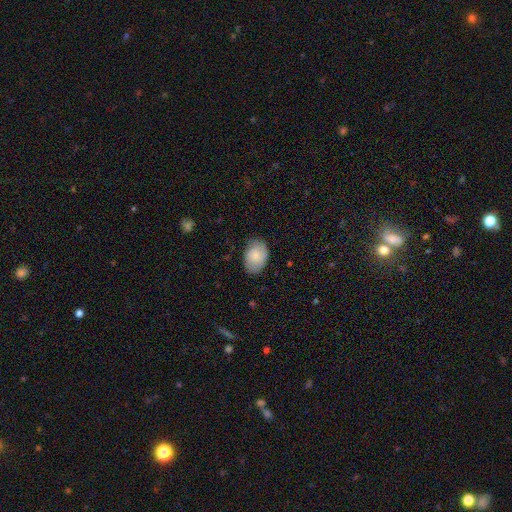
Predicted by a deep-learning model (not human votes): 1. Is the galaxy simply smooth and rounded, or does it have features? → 78% smooth, 16% featured or disk, 6% star or artifact.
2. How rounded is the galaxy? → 83% in between, 16% round, 1% cigar-shaped.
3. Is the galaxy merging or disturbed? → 77% none, 19% minor disturbance, 4% major disturbance, 1% merger.